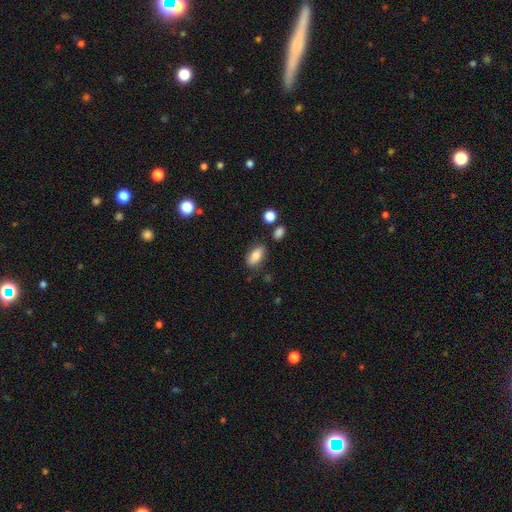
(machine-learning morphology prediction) Q: Smooth or featured?
A: smooth (80%); runner-up: featured or disk (12%)
Q: How rounded?
A: in between (87%); runner-up: cigar-shaped (9%)
Q: Merging?
A: none (77%); runner-up: minor disturbance (16%)